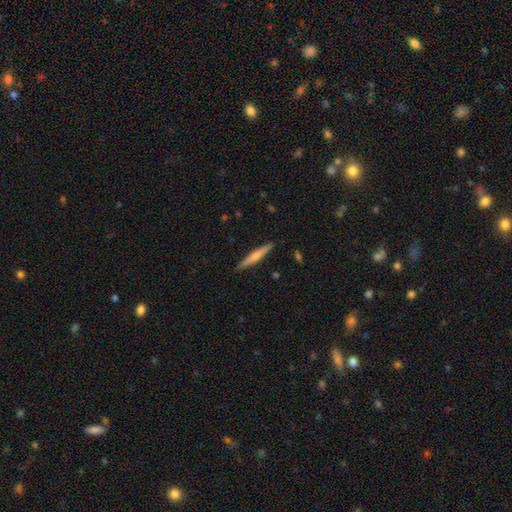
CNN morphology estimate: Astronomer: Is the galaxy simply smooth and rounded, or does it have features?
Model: smooth — 51% (runner-up: featured or disk, 43%).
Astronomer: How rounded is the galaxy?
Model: cigar-shaped — 94%.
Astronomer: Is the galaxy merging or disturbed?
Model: none — 89%.